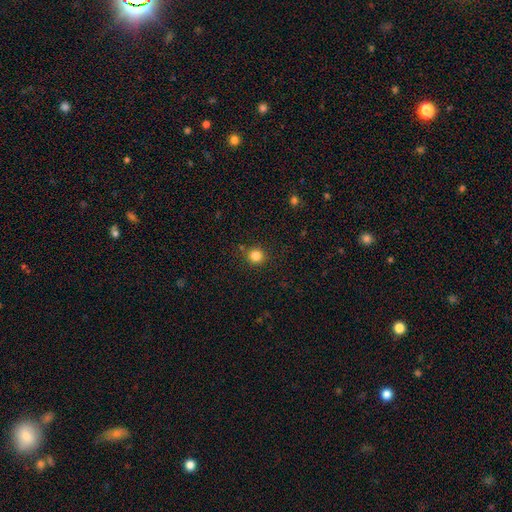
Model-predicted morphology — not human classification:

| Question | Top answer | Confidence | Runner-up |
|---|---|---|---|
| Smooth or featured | smooth | 83% | star or artifact (13%) |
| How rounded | round | 93% | in between (6%) |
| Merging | none | 88% | minor disturbance (7%) |